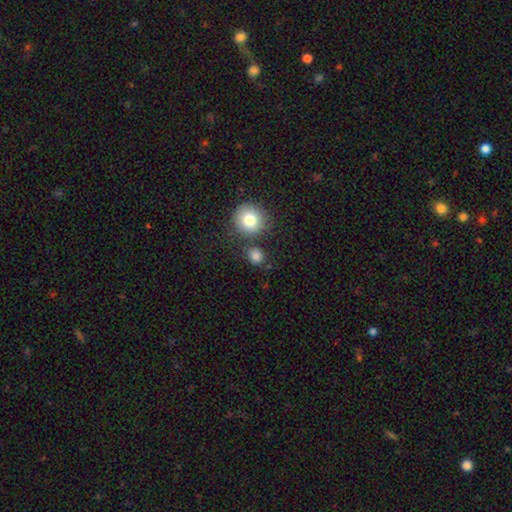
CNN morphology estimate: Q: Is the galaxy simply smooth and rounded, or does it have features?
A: smooth — 83%.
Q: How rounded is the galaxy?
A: round — 80%.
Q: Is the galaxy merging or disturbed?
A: none — 75%.